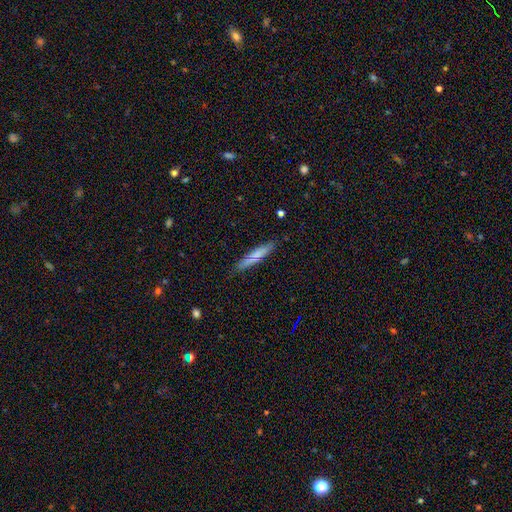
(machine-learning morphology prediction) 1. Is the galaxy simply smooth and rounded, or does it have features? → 68% smooth, 25% featured or disk, 7% star or artifact.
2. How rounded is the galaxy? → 90% cigar-shaped, 9% in between, 2% round.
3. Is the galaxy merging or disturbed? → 85% none, 11% minor disturbance, 2% major disturbance, 2% merger.